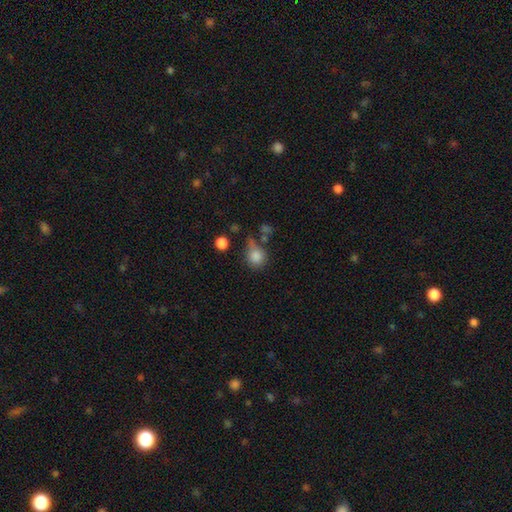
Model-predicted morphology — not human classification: Smooth or featured? smooth (82%)
How rounded? round (80%)
Merging? none (49%)